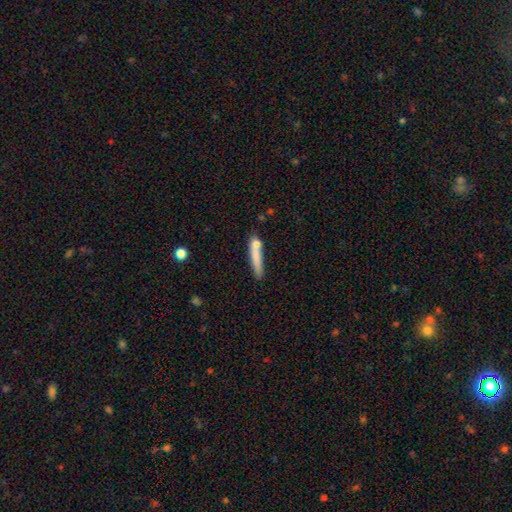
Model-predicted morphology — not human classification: type=smooth (71%); roundness=cigar-shaped (90%); merging=none (58%).